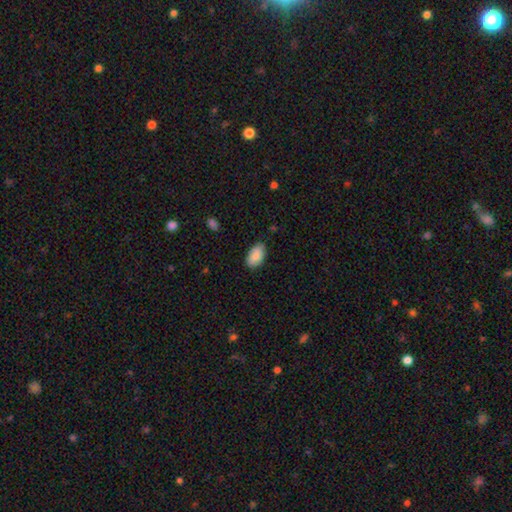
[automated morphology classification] type=smooth (86%); roundness=in between (94%); merging=none (81%).